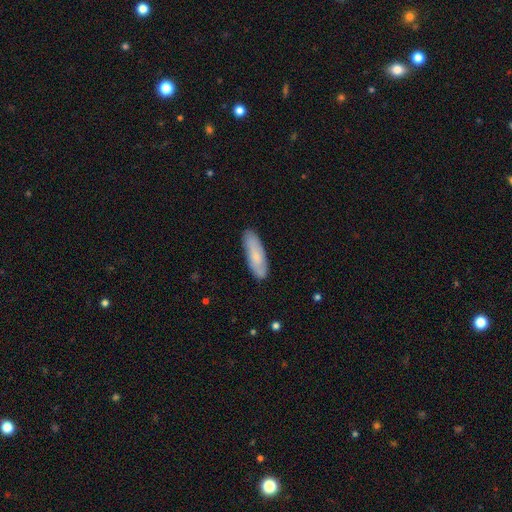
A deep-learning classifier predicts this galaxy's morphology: smooth 69%, featured or disk 25%, star or artifact 6%. Down the decision tree: how rounded — in between (50%); merging — none (85%).